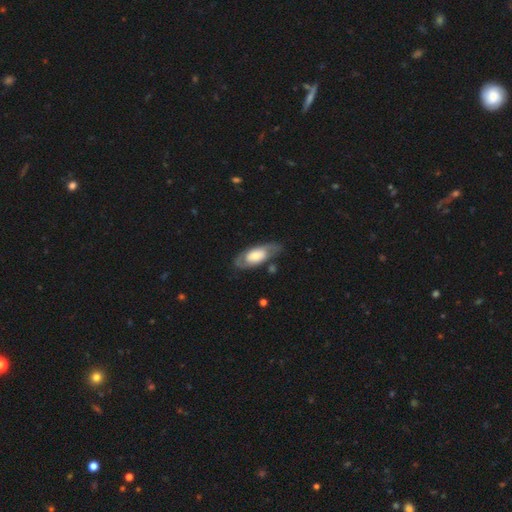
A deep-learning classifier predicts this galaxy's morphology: featured or disk 57%, smooth 38%, star or artifact 5%. Down the decision tree: edge-on disk — no (86%); merging — none (70%).